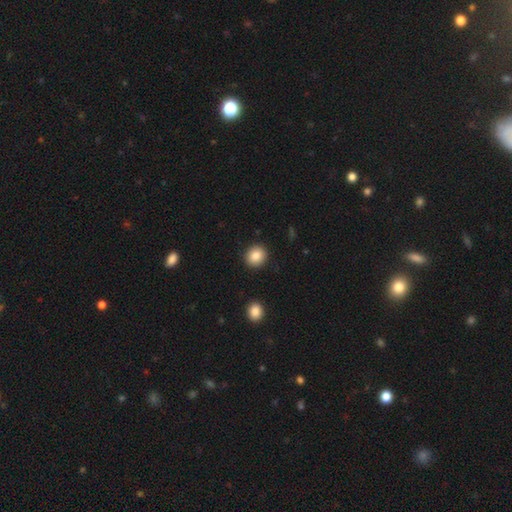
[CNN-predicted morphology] A smooth galaxy with no disk features (86%) that is round (83%). Merging: none (91%).